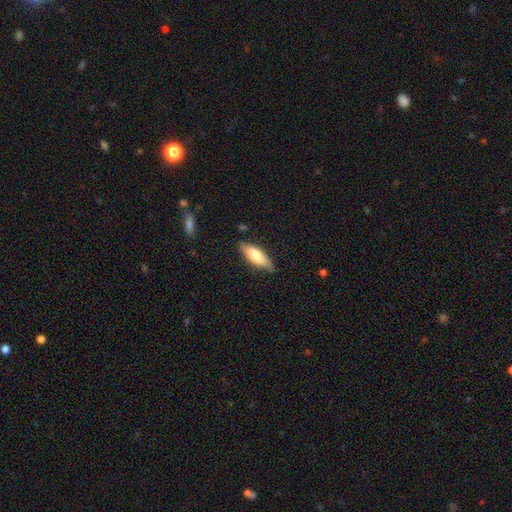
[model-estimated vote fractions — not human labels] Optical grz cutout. It shows a smooth galaxy with no disk features (71%) that is in between round and cigar-shaped (59%). Merging: none (79%).